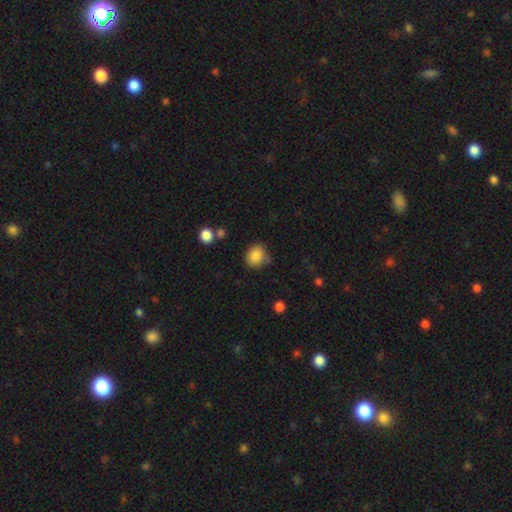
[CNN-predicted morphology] Smooth or featured? Predicted: smooth (p=0.85). How rounded? Predicted: round (p=0.69). Merging? Predicted: none (p=0.70).